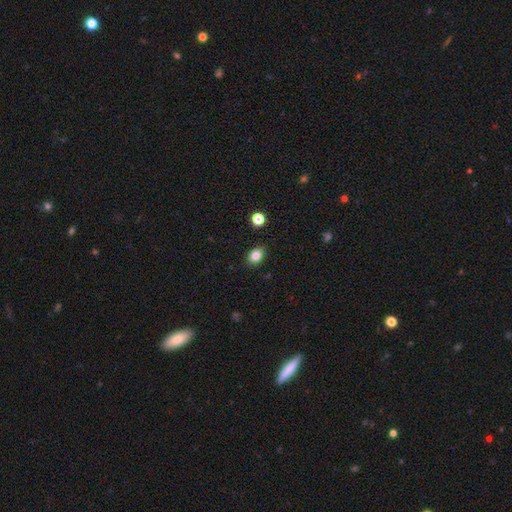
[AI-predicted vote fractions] This appears to be a smooth galaxy with no disk features (83%) that is in between round and cigar-shaped (70%). Merging: none (88%).